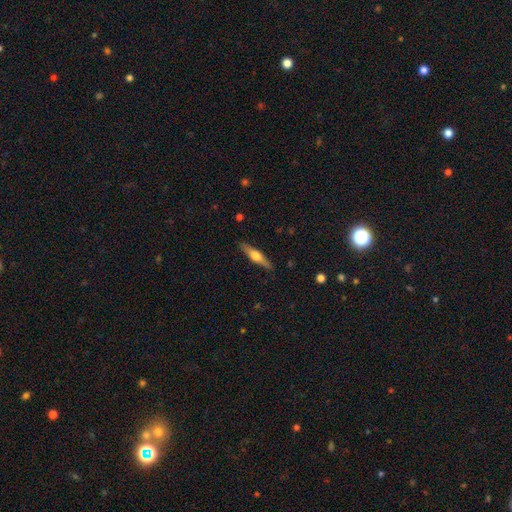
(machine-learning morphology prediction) The model was most divided on "smooth or featured": featured or disk: 56%, smooth: 38%, star or artifact: 6%. More confident: edge-on disk — yes (95%); edge-on bulge — rounded (92%); merging — none (89%).